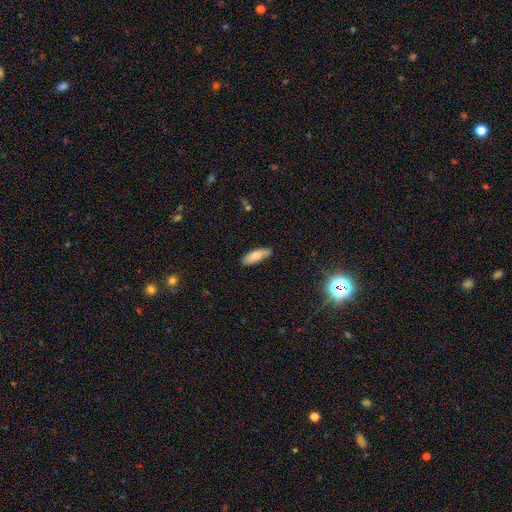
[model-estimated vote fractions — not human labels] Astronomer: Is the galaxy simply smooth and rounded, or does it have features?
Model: smooth — 78%.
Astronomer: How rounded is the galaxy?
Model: in between — 58% (runner-up: cigar-shaped, 41%).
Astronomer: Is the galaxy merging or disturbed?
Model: none — 74%.